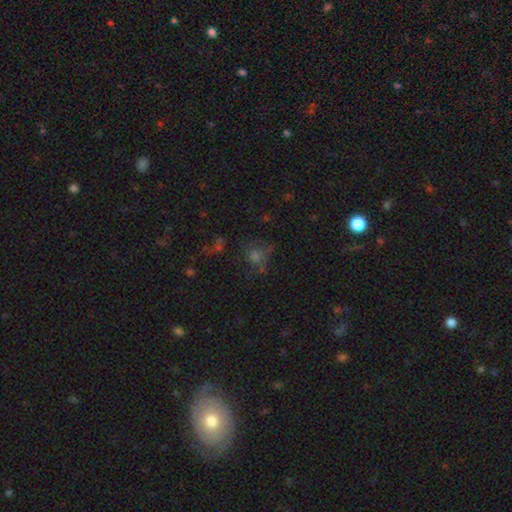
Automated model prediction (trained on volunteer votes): Overall: smooth (48%; star or artifact 35%). Merging: none (60%).